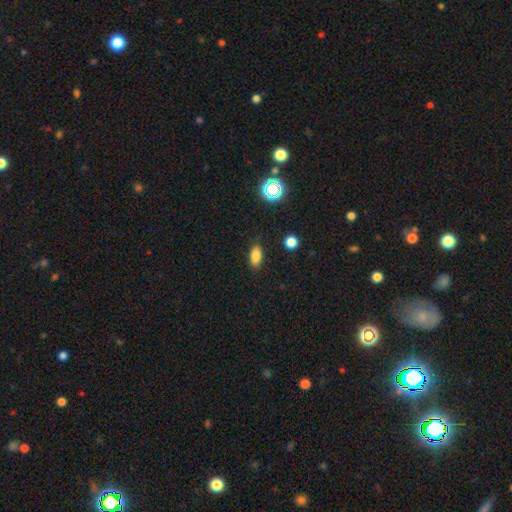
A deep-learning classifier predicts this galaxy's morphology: Smooth or featured: smooth — 82% (star or artifact — 12%)
How rounded: in between — 86% (cigar-shaped — 8%)
Merging: none — 86% (minor disturbance — 10%)